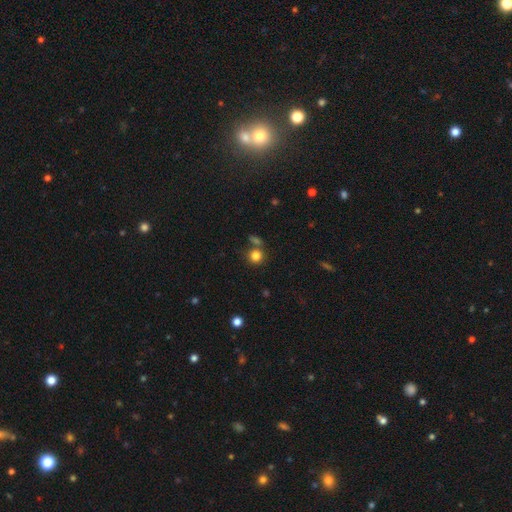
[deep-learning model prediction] Smooth or featured?
  - smooth: 82% *
  - star or artifact: 12%
  - featured or disk: 6%
How rounded?
  - round: 89% *
  - in between: 10%
  - cigar-shaped: 1%
Merging?
  - none: 70% *
  - merger: 16%
  - minor disturbance: 10%
  - major disturbance: 4%